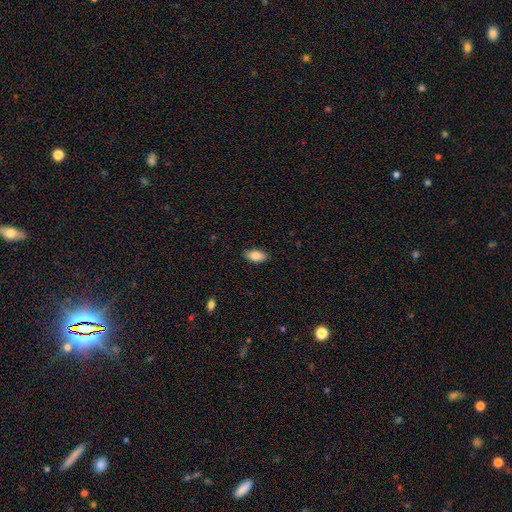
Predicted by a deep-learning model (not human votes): Overall: smooth (83%). How rounded: in between (89%). Merging: none (87%).